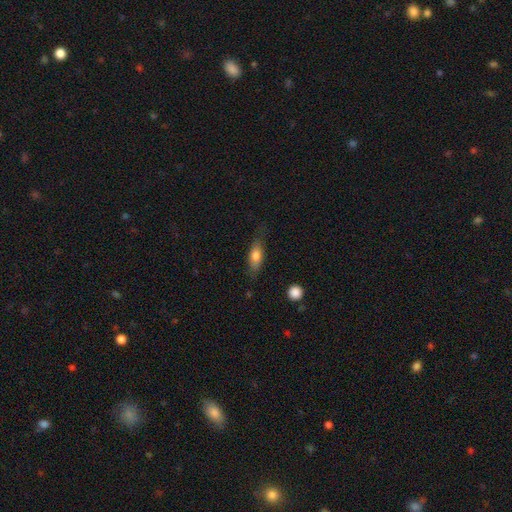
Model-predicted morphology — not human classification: type=smooth (69%); roundness=in between (64%); merging=none (69%).